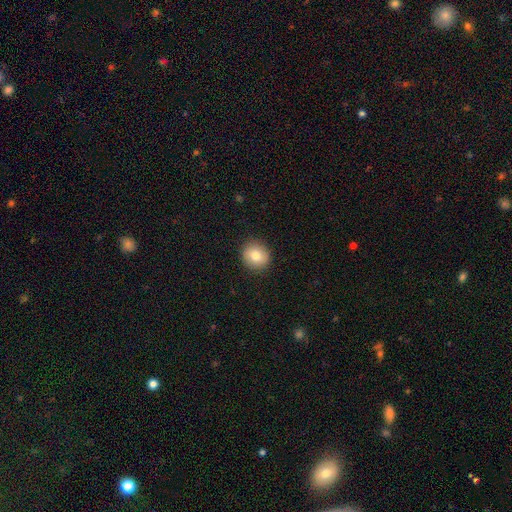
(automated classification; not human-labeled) Q: Smooth or featured?
A: smooth (80%); runner-up: featured or disk (11%)
Q: How rounded?
A: round (87%); runner-up: in between (12%)
Q: Merging?
A: none (90%); runner-up: minor disturbance (7%)